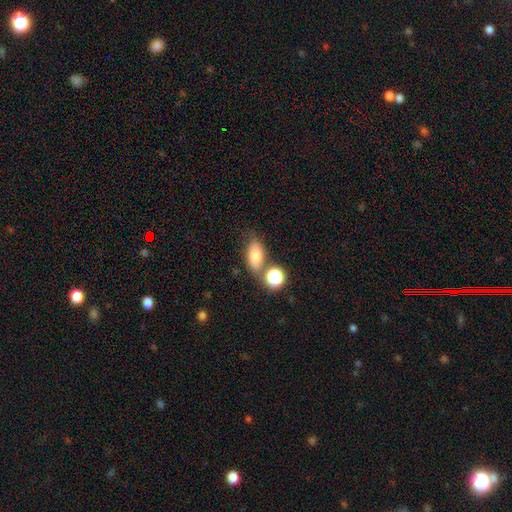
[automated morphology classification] Smooth or featured?
  - smooth: 73% *
  - featured or disk: 16%
  - star or artifact: 11%
How rounded?
  - in between: 82% *
  - round: 11%
  - cigar-shaped: 7%
Merging?
  - none: 61% *
  - minor disturbance: 17%
  - merger: 16%
  - major disturbance: 6%